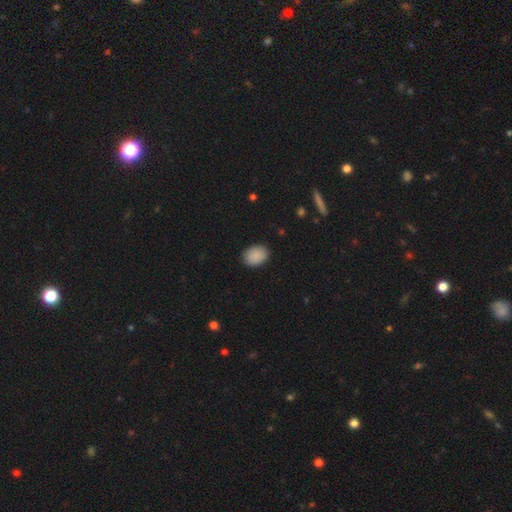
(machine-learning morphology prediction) This is clearly a smooth galaxy (90%). How rounded: likely in between (72%). Merging: clearly none (88%).